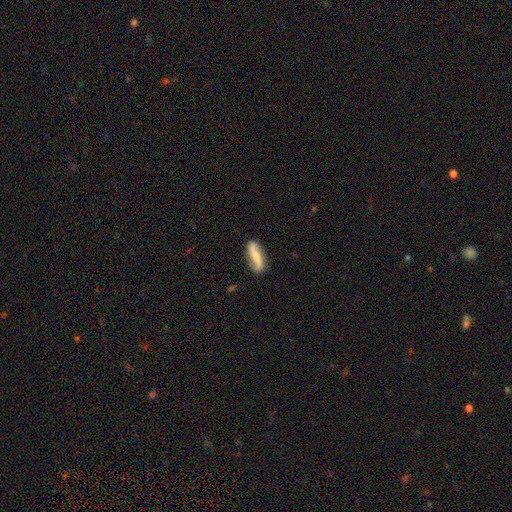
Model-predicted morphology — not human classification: A featured or disk galaxy (65%) with a strong bar (37%), 2 (92%) loose (80%) spiral arms (91%) and a small central bulge (46%). Merging: none (81%).